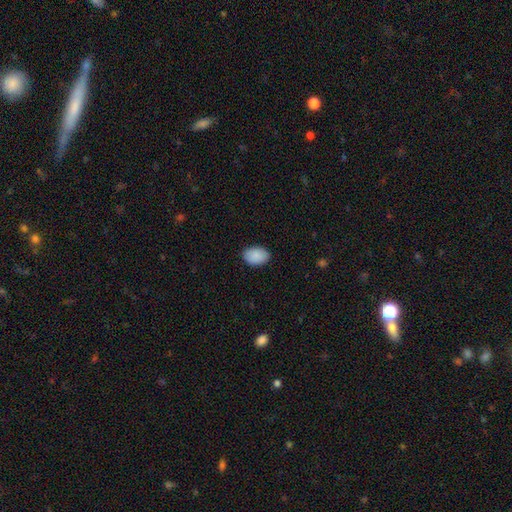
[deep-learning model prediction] smooth 90%, star or artifact 6%, featured or disk 4%. Down the decision tree: how rounded — in between (86%); merging — none (87%).